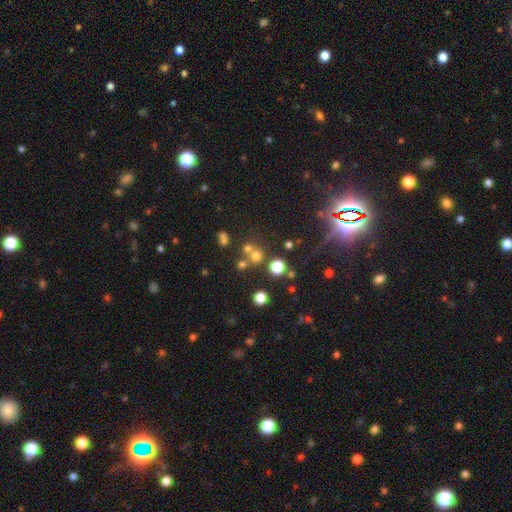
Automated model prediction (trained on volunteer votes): smooth 60%, star or artifact 27%, featured or disk 12%. Down the decision tree: how rounded — round (89%); merging — none (60%).